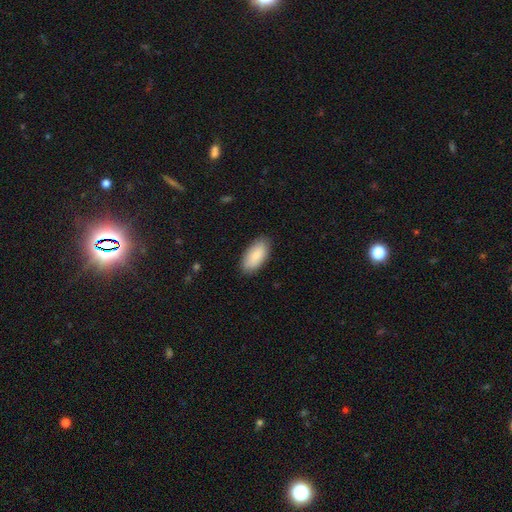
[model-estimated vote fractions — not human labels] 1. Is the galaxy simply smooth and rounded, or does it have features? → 87% smooth, 8% featured or disk, 5% star or artifact.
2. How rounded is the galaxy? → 92% in between, 6% cigar-shaped, 2% round.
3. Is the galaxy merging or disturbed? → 87% none, 10% minor disturbance, 2% major disturbance, 1% merger.